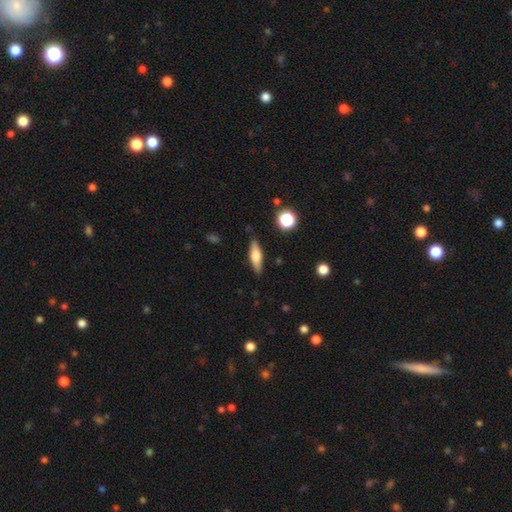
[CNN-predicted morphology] Smooth or featured? smooth (60%)
How rounded? cigar-shaped (51%)
Merging? none (85%)